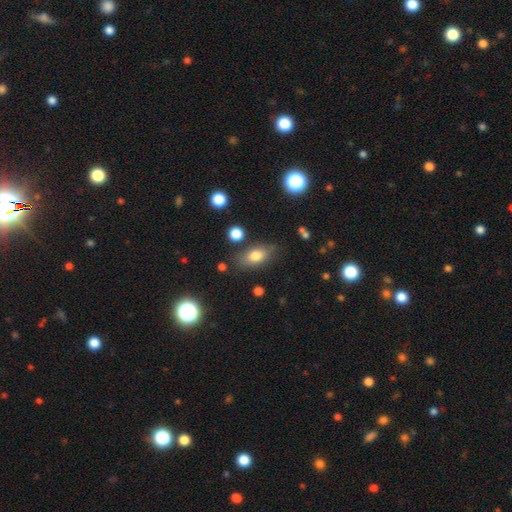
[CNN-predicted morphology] This appears to be a smooth galaxy with no disk features (77%) that is in between round and cigar-shaped (83%). Merging: none (76%).